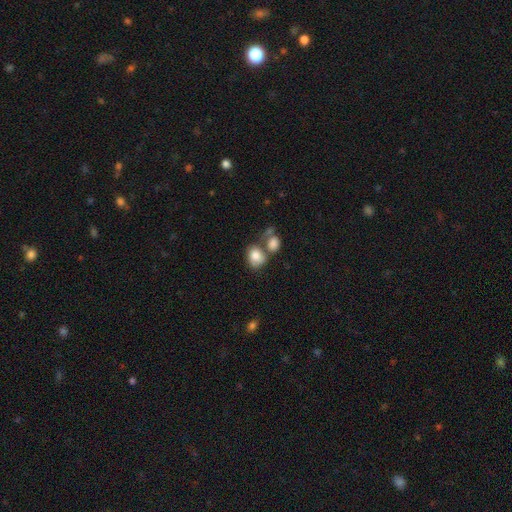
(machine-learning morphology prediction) Smooth or featured?
  - smooth: 80% *
  - featured or disk: 12%
  - star or artifact: 8%
How rounded?
  - in between: 56% *
  - round: 43%
  - cigar-shaped: 1%
Merging?
  - merger: 40% *
  - none: 36%
  - minor disturbance: 15%
  - major disturbance: 8%